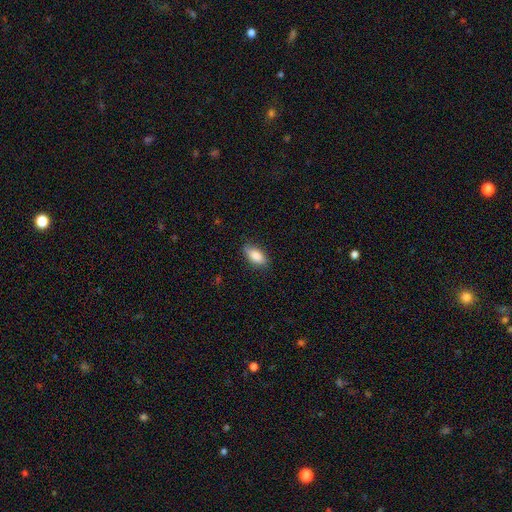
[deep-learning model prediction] Morphology: type=smooth (85%); roundness=in between (88%); merging=none (81%).